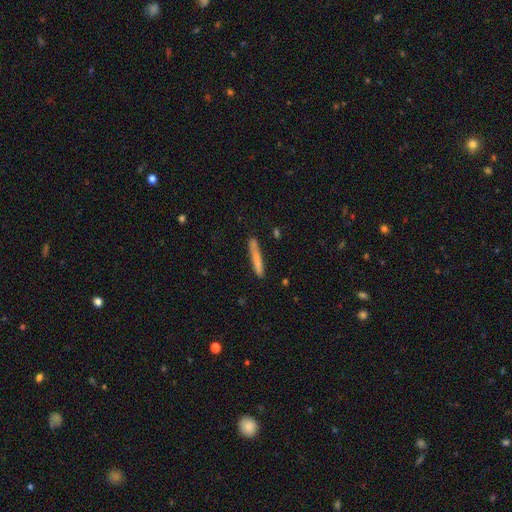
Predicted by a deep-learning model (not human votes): Smooth or featured? smooth (69%)
How rounded? cigar-shaped (96%)
Merging? none (83%)